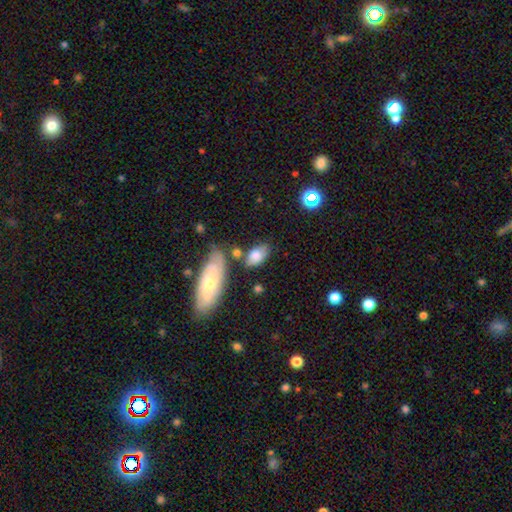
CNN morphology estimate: Smooth or featured?
  - smooth: 74% *
  - featured or disk: 18%
  - star or artifact: 8%
How rounded?
  - in between: 89% *
  - round: 8%
  - cigar-shaped: 4%
Merging?
  - none: 58% *
  - minor disturbance: 22%
  - merger: 12%
  - major disturbance: 8%